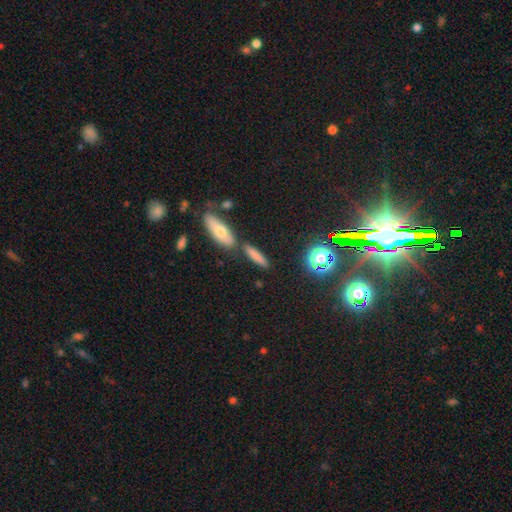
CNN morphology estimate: The model was most divided on "how rounded": cigar-shaped: 74%, in between: 22%, round: 4%. More confident: smooth or featured — smooth (74%); merging — none (73%).